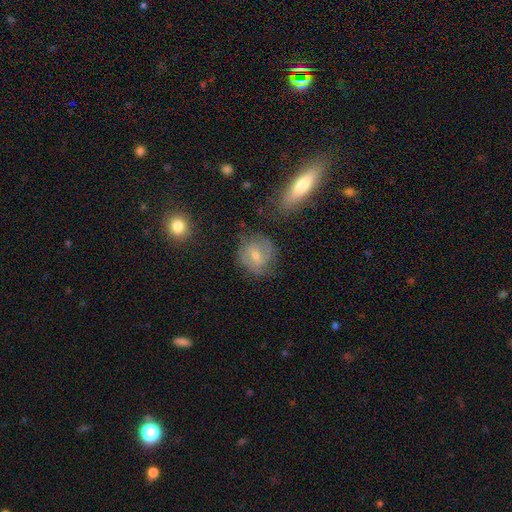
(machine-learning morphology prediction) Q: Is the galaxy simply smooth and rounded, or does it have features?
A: featured or disk — 52%.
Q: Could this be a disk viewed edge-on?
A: no — 96%.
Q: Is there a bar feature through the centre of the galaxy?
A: weak — 54%.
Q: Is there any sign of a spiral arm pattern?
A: yes — 80%.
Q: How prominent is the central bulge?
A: moderate — 51%.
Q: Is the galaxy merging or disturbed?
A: none — 66%.